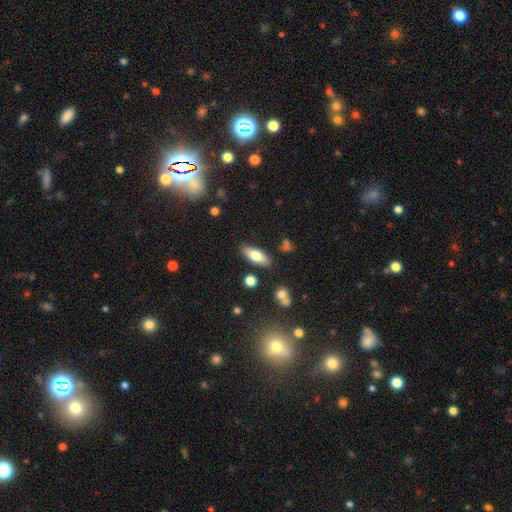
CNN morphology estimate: Smooth or featured? Predicted: smooth (p=0.69). How rounded? Predicted: in between (p=0.66). Merging? Predicted: none (p=0.83).